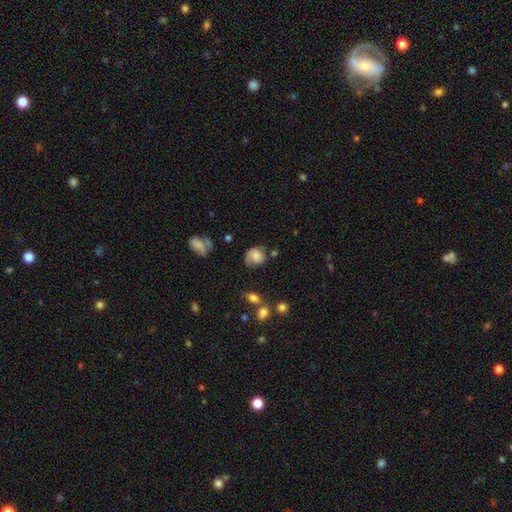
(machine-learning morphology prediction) A smooth galaxy with no disk features (55%) that is round (61%).

Vote fractions:
- Smooth or featured? smooth: 55% / featured or disk: 36% / star or artifact: 9%
- How rounded? round: 61% / in between: 38% / cigar-shaped: 1%
- Merging? none: 50% / minor disturbance: 27% / major disturbance: 18% / merger: 4%